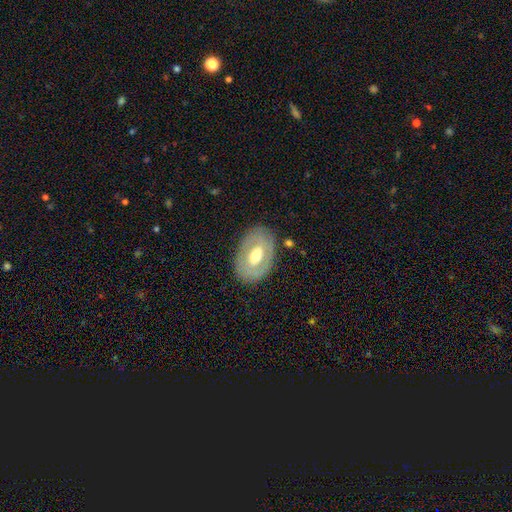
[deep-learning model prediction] A featured or disk galaxy (67%) with no bar (42%), no spiral arms (53%) and a moderate central bulge (72%). Merging: none (82%).